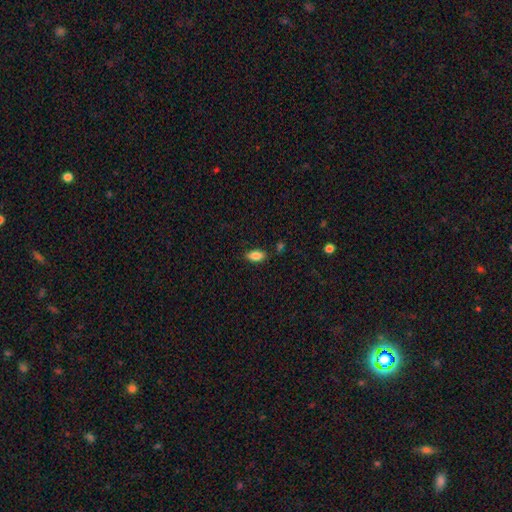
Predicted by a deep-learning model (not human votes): smooth 85%, star or artifact 8%, featured or disk 6%. Down the decision tree: how rounded — in between (89%); merging — none (81%).